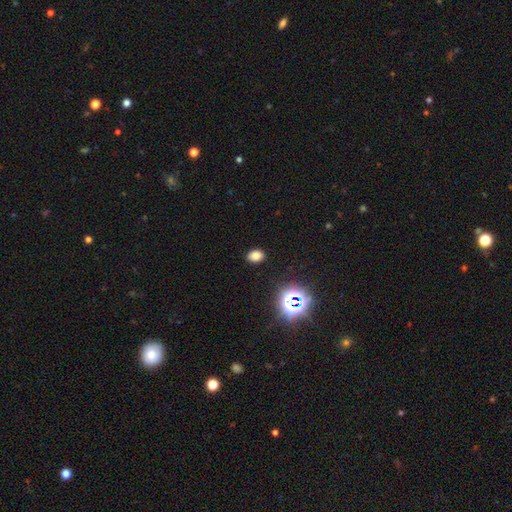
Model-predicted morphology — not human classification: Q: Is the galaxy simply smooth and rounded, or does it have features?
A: smooth — 74%.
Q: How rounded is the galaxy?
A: in between — 69%.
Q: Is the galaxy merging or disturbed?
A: none — 87%.